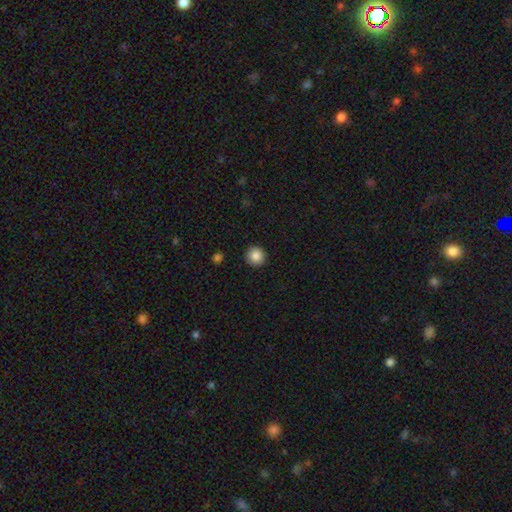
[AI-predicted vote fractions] smooth 86%, star or artifact 9%, featured or disk 5%. Down the decision tree: how rounded — round (95%); merging — none (92%).